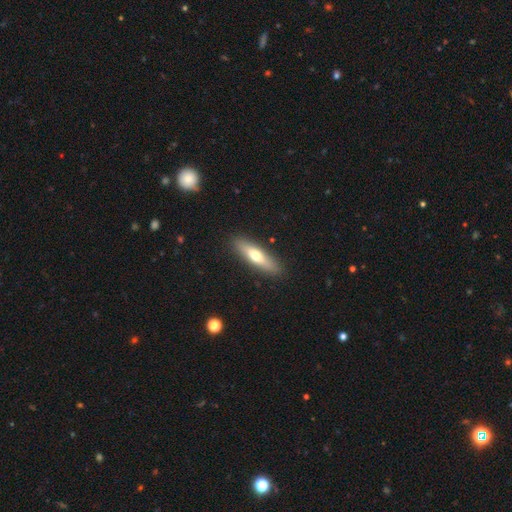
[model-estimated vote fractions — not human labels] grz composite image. It shows a smooth galaxy with no disk features (60%) that is cigar-shaped (68%). Merging: none (89%).